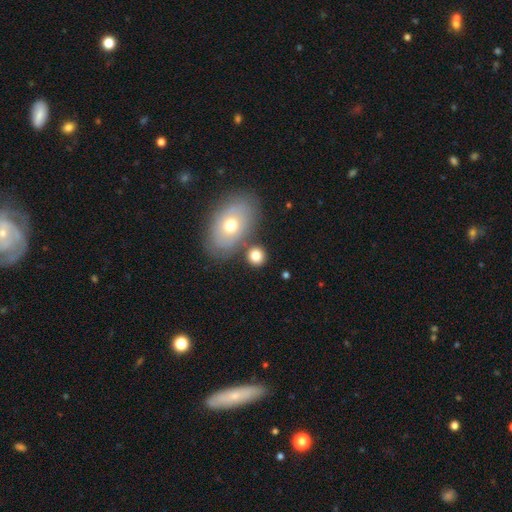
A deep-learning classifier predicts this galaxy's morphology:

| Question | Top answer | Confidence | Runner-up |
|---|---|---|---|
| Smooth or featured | smooth | 77% | featured or disk (14%) |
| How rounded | round | 72% | in between (26%) |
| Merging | none | 70% | merger (15%) |